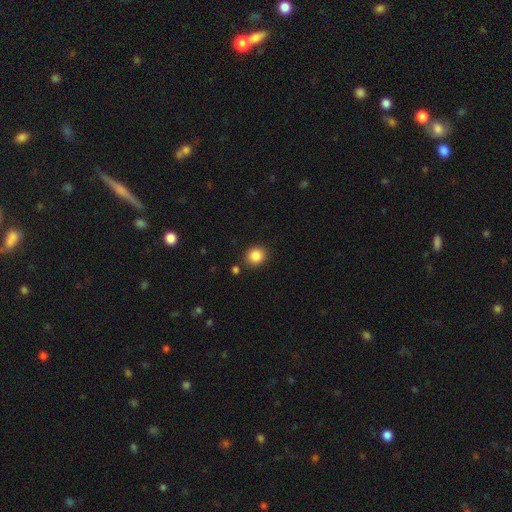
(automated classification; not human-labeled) Overall: smooth (86%). How rounded: round (82%). Merging: none (86%).